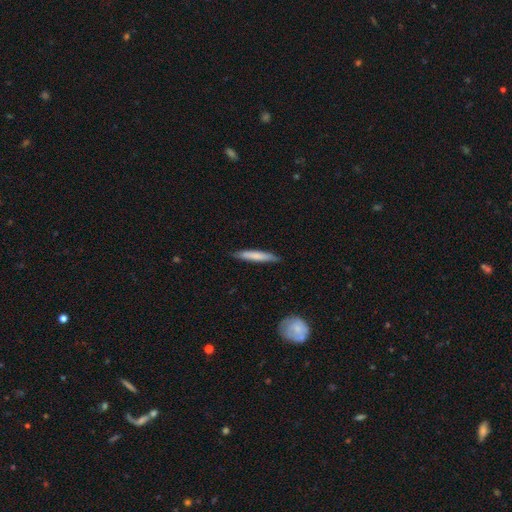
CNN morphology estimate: Smooth or featured? smooth (72%)
How rounded? cigar-shaped (93%)
Merging? none (84%)